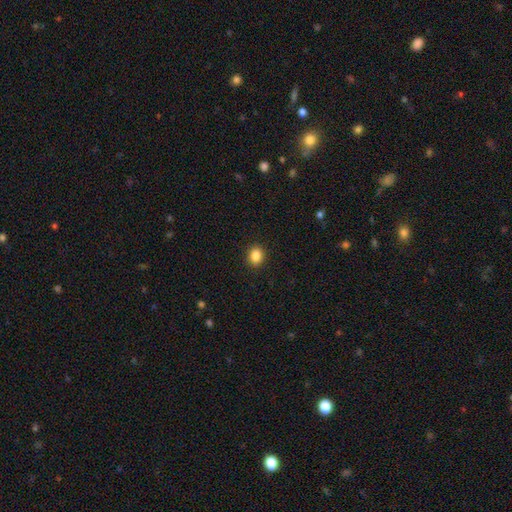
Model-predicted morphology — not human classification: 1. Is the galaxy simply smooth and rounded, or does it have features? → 86% smooth, 10% star or artifact, 4% featured or disk.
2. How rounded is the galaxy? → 54% round, 45% in between, 1% cigar-shaped.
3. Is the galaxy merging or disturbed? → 91% none, 6% minor disturbance, 2% major disturbance, 1% merger.